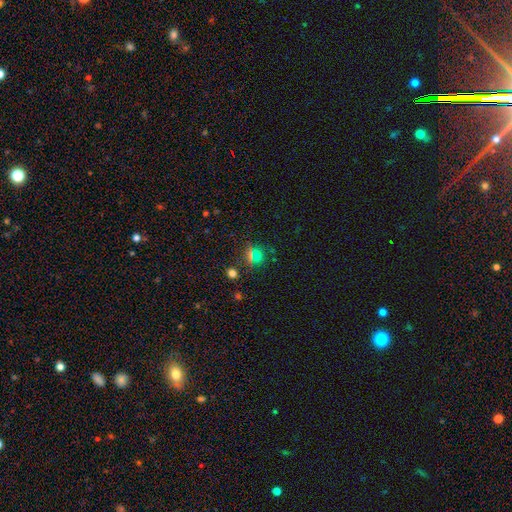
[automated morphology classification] A smooth galaxy with no disk features (49%).

Vote fractions:
- Smooth or featured? smooth: 49% / star or artifact: 43% / featured or disk: 9%
- Merging? none: 79% / minor disturbance: 10% / major disturbance: 6% / merger: 5%